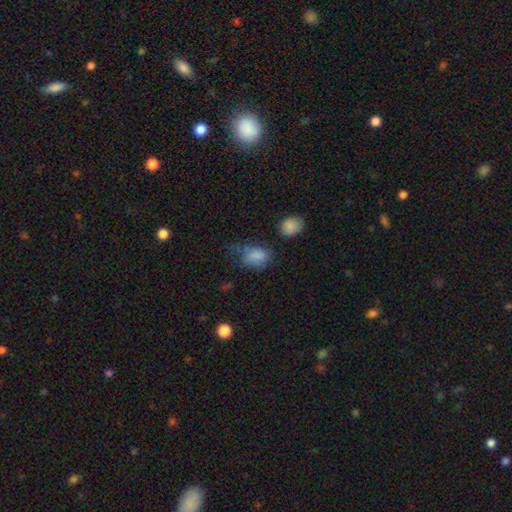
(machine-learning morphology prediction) Smooth or featured? smooth (80%)
How rounded? in between (74%)
Merging? none (37%)